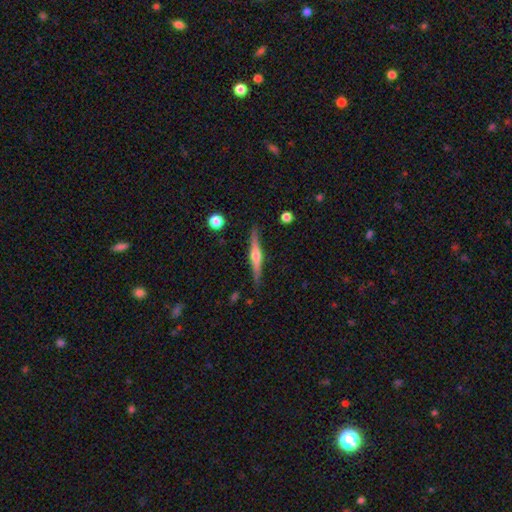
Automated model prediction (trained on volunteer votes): smooth_or_featured: featured or disk (p=0.73) [alt: smooth p=0.21]
disk_edge_on: yes (p=0.98) [alt: no p=0.02]
edge_on_bulge: rounded (p=0.90) [alt: boxy p=0.06]
merging: none (p=0.88) [alt: minor disturbance p=0.09]